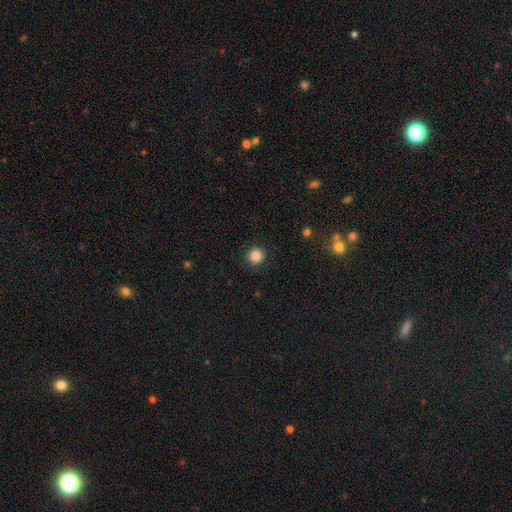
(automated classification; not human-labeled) This is clearly a smooth galaxy (86%). How rounded: clearly round (94%). Merging: clearly none (91%).